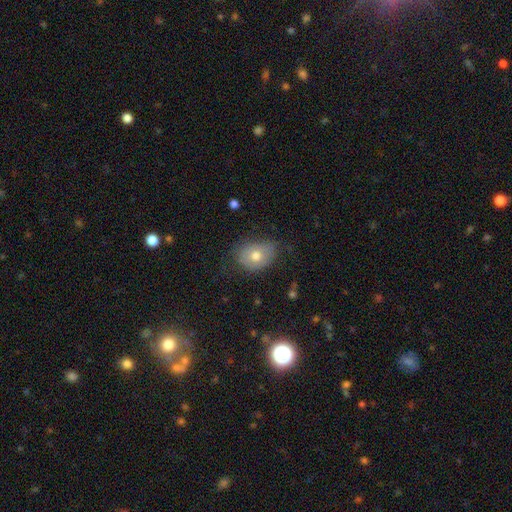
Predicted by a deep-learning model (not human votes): Q: Smooth or featured?
A: smooth (69%); runner-up: featured or disk (21%)
Q: How rounded?
A: in between (61%); runner-up: round (38%)
Q: Merging?
A: none (60%); runner-up: minor disturbance (29%)